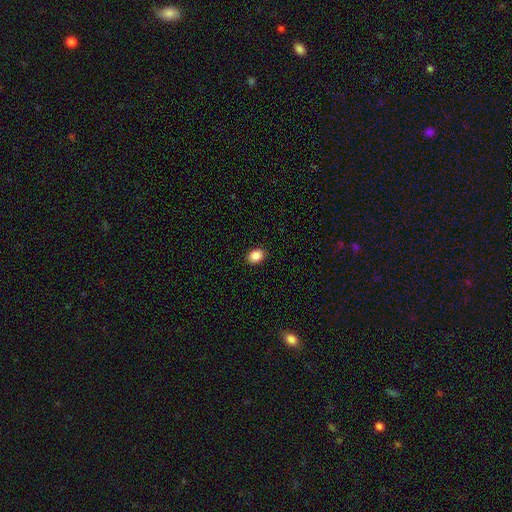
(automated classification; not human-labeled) smooth-or-featured: smooth: 87% | star or artifact: 9% | featured or disk: 4%
  how-rounded: in between: 60% | round: 39% | cigar-shaped: 1%
  merging: none: 91% | minor disturbance: 7% | major disturbance: 2% | merger: 1%